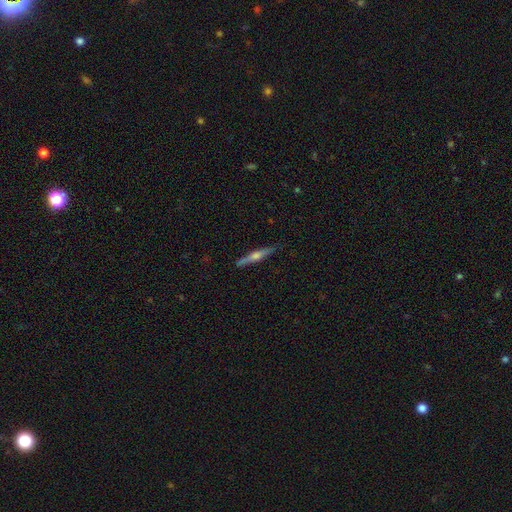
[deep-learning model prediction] This is likely a featured or disk galaxy (65%). It is clearly viewed edge-on (97%). Edge-on bulge: clearly rounded (87%). Merging: clearly none (89%).